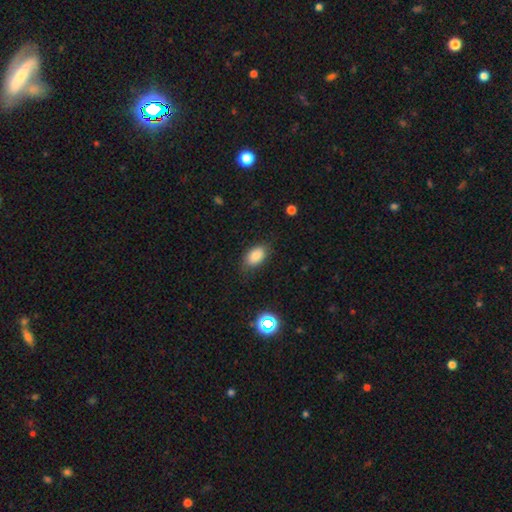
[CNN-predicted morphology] This is clearly a smooth galaxy (83%). How rounded: clearly in between (90%). Merging: likely none (79%).